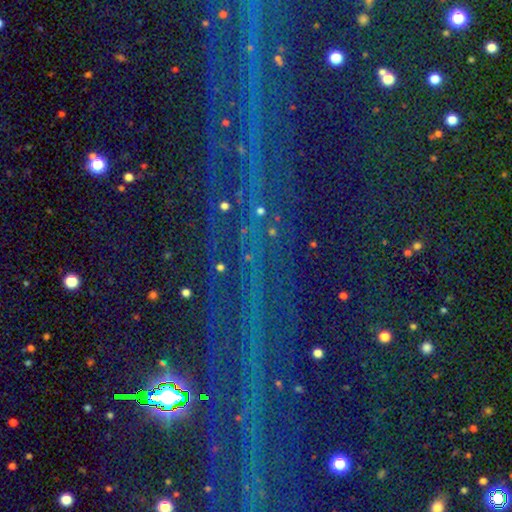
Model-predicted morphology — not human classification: A star or artifact, not a galaxy (85%).

Vote fractions:
- Smooth or featured? star or artifact: 85% / smooth: 8% / featured or disk: 7%